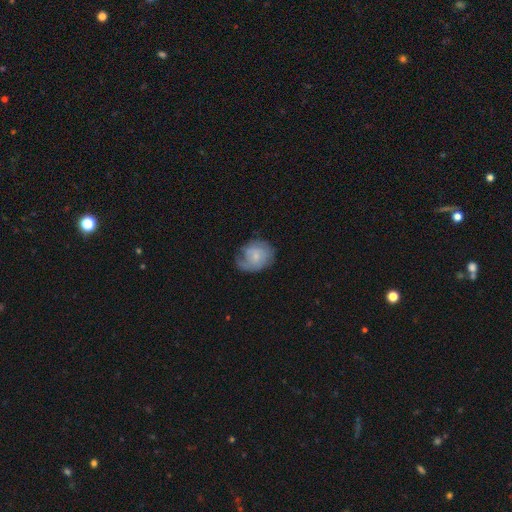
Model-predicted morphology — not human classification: A featured or disk galaxy (48%).

Vote fractions:
- Smooth or featured? featured or disk: 48% / smooth: 44% / star or artifact: 7%
- Merging? none: 54% / minor disturbance: 28% / major disturbance: 17% / merger: 2%